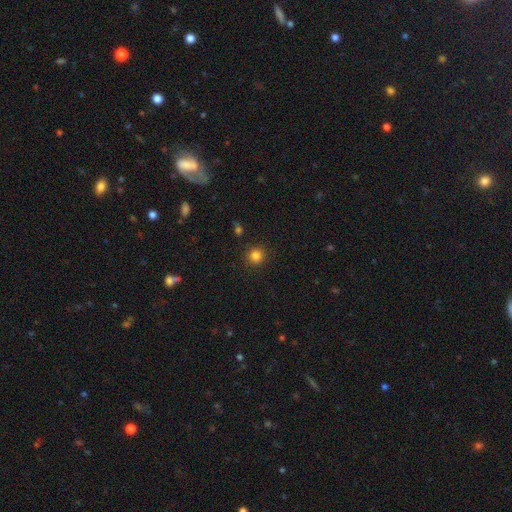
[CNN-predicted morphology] A smooth galaxy with no disk features (83%) that is round (93%).

Vote fractions:
- Smooth or featured? smooth: 83% / star or artifact: 13% / featured or disk: 5%
- How rounded? round: 93% / in between: 6% / cigar-shaped: 1%
- Merging? none: 90% / minor disturbance: 6% / major disturbance: 2% / merger: 2%